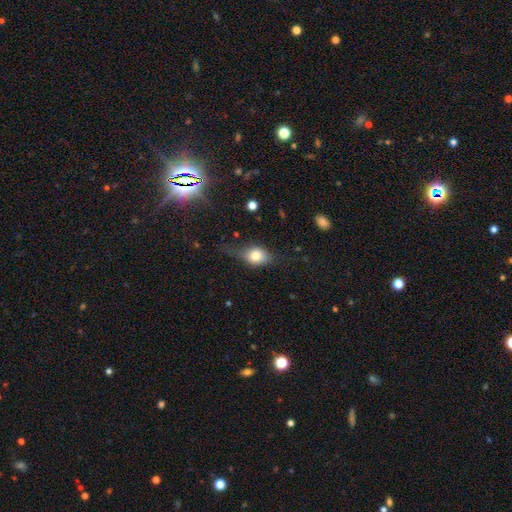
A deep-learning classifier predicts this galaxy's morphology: Q: Smooth or featured?
A: smooth (70%); runner-up: featured or disk (20%)
Q: How rounded?
A: in between (55%); runner-up: round (41%)
Q: Merging?
A: none (46%); runner-up: minor disturbance (31%)